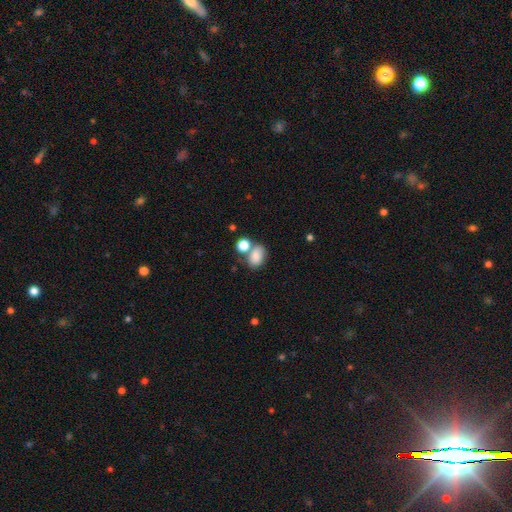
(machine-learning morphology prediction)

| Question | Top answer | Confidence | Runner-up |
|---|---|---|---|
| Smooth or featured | smooth | 82% | star or artifact (10%) |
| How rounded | in between | 76% | round (23%) |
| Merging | none | 46% | merger (33%) |